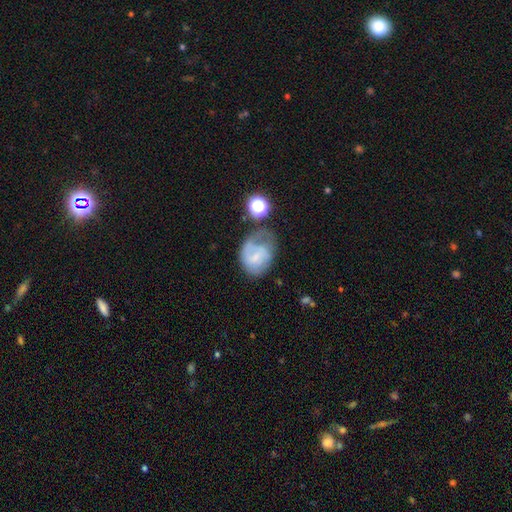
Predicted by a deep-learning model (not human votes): Smooth or featured? featured or disk (47%)
Merging? major disturbance (35%)